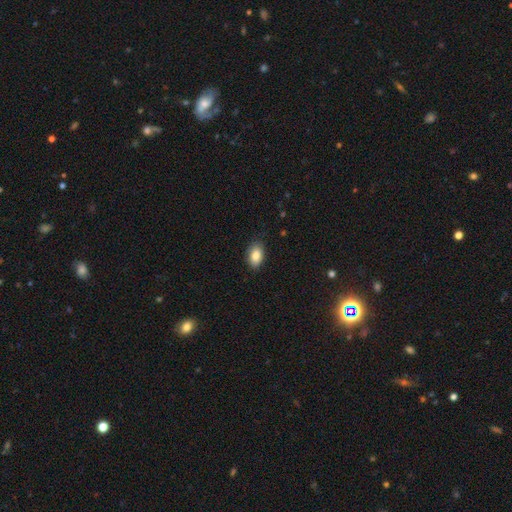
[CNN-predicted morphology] Smooth or featured? smooth (86%)
How rounded? in between (89%)
Merging? none (84%)